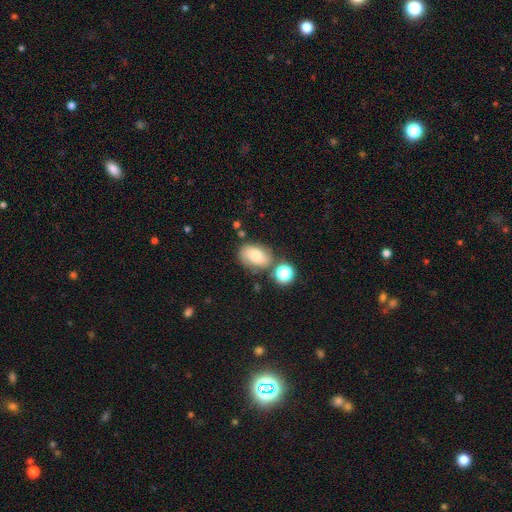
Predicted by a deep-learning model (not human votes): This is likely a smooth galaxy (65%). How rounded: clearly in between (82%). Merging: likely none (61%).